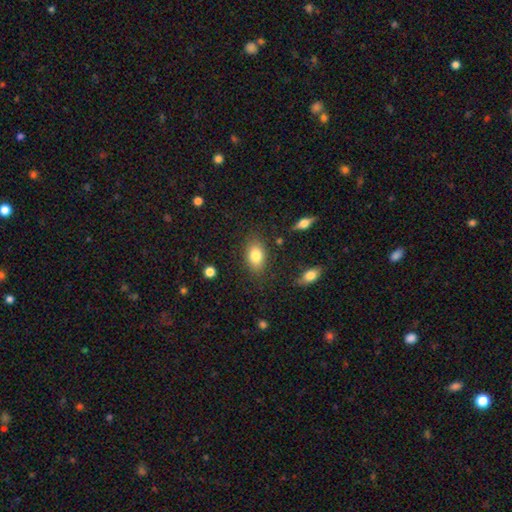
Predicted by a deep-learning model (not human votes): Overall: smooth (81%). How rounded: in between (86%). Merging: none (82%).